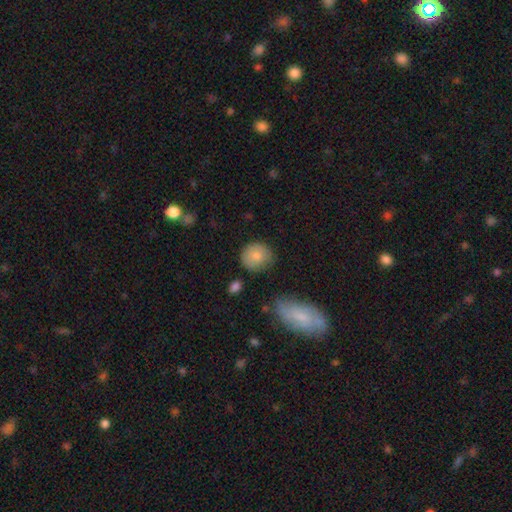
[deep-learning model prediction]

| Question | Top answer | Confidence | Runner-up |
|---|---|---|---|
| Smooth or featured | smooth | 83% | featured or disk (9%) |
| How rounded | round | 86% | in between (13%) |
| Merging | none | 77% | minor disturbance (17%) |